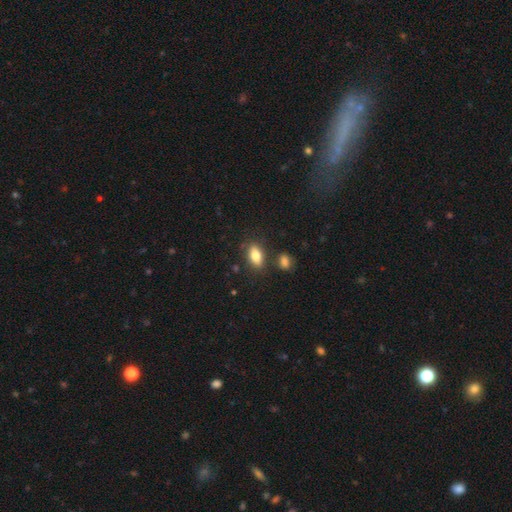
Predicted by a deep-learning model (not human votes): Overall: smooth (80%). How rounded: in between (86%). Merging: none (78%).